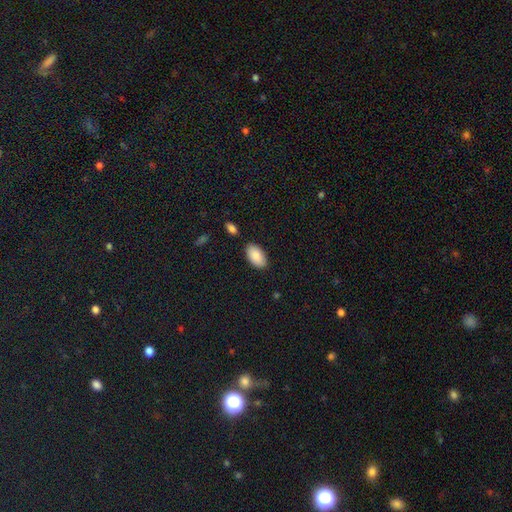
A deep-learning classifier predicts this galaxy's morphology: smooth_or_featured: smooth (p=0.89) [alt: star or artifact p=0.06]
how_rounded: in between (p=0.96) [alt: round p=0.03]
merging: none (p=0.84) [alt: minor disturbance p=0.11]